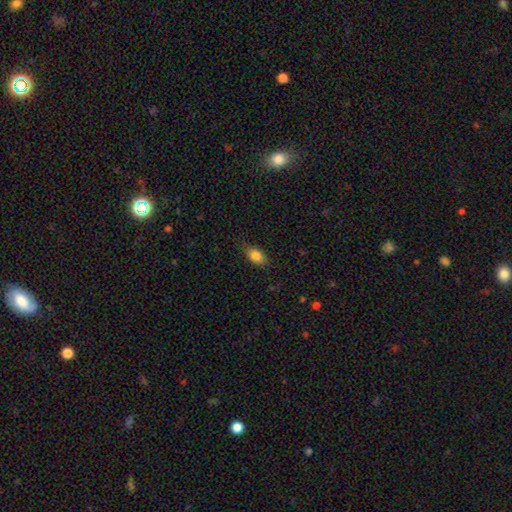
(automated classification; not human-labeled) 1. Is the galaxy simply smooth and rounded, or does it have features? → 83% smooth, 8% featured or disk, 8% star or artifact.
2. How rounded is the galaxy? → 83% in between, 12% round, 4% cigar-shaped.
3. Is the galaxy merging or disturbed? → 78% none, 17% minor disturbance, 4% major disturbance, 1% merger.